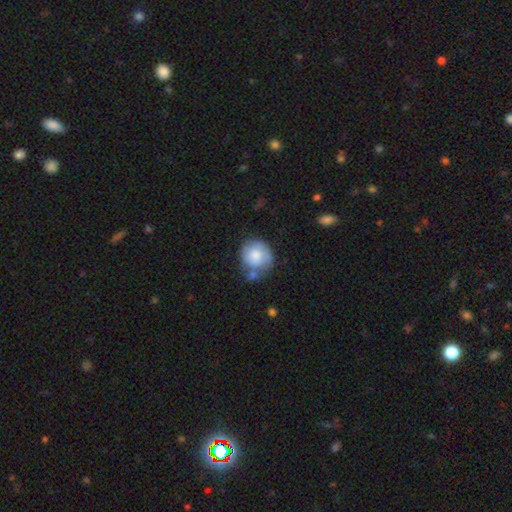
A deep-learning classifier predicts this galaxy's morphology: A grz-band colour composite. It shows a smooth galaxy with no disk features (65%) that is round (82%). Merging: none (47%).